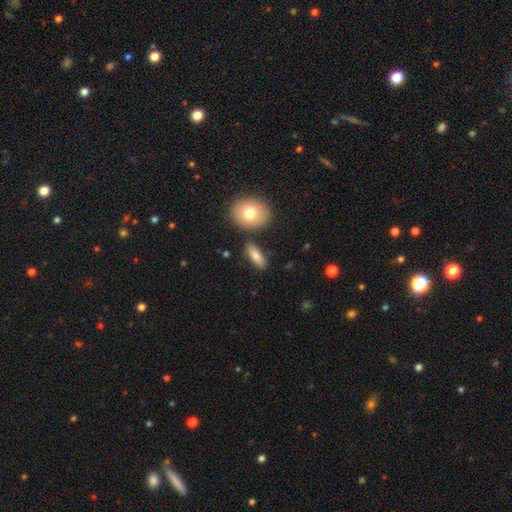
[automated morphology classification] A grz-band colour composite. It shows a smooth galaxy with no disk features (79%) that is in between round and cigar-shaped (73%). Merging: none (80%).